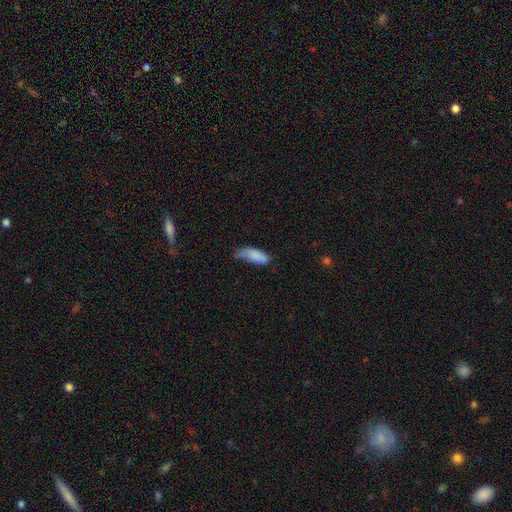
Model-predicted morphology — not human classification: Q: Smooth or featured?
A: smooth (81%); runner-up: featured or disk (11%)
Q: How rounded?
A: in between (73%); runner-up: cigar-shaped (25%)
Q: Merging?
A: minor disturbance (42%); runner-up: none (32%)